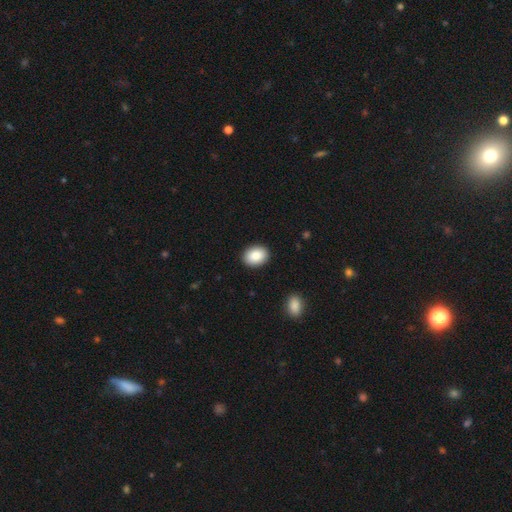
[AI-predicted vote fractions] A smooth galaxy with no disk features (88%) that is in between round and cigar-shaped (71%).

Vote fractions:
- Smooth or featured? smooth: 88% / star or artifact: 7% / featured or disk: 5%
- How rounded? in between: 71% / round: 28% / cigar-shaped: 1%
- Merging? none: 91% / minor disturbance: 6% / major disturbance: 2% / merger: 1%